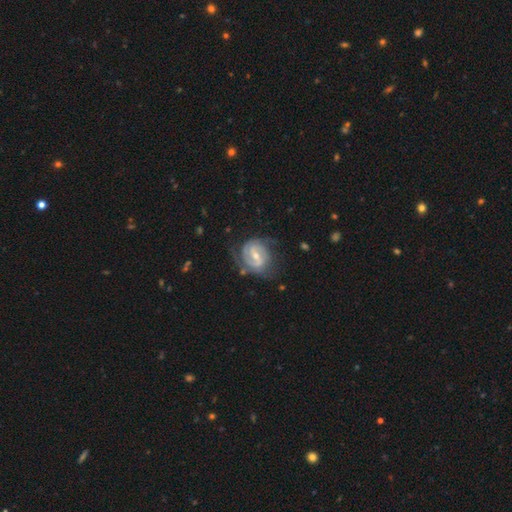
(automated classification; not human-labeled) featured or disk 86%, smooth 9%, star or artifact 4%. Down the decision tree: edge-on disk — no (97%); bar — weak (51%); spiral arms — yes (94%); spiral arm count — 2 (63%); spiral winding — tight (56%); bulge size — moderate (49%); merging — none (64%).